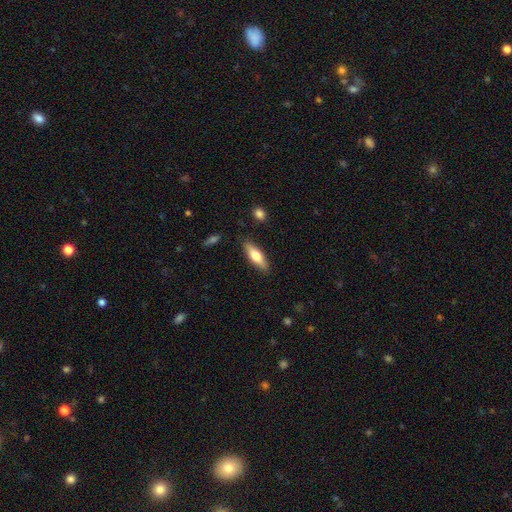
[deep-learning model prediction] Q: Smooth or featured?
A: smooth (68%); runner-up: featured or disk (26%)
Q: How rounded?
A: in between (50%); runner-up: cigar-shaped (48%)
Q: Merging?
A: none (86%); runner-up: minor disturbance (10%)